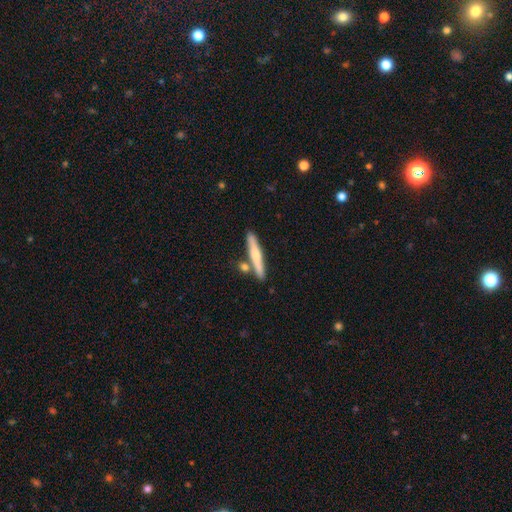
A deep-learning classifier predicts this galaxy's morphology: This appears to be a smooth galaxy with no disk features (56%) that is cigar-shaped (93%). Merging: none (77%).